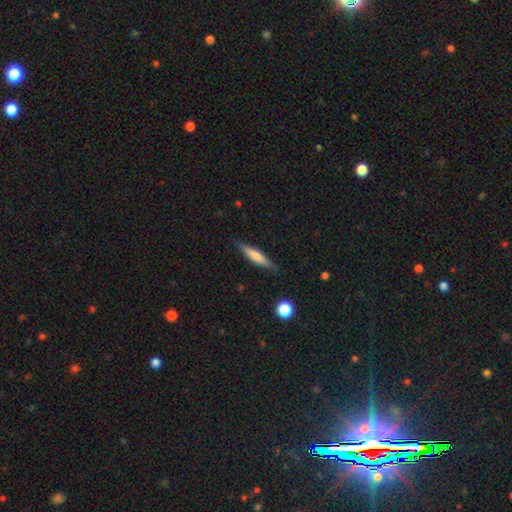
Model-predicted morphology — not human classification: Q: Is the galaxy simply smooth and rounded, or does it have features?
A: smooth — 64%.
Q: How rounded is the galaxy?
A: cigar-shaped — 85%.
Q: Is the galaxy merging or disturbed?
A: none — 84%.